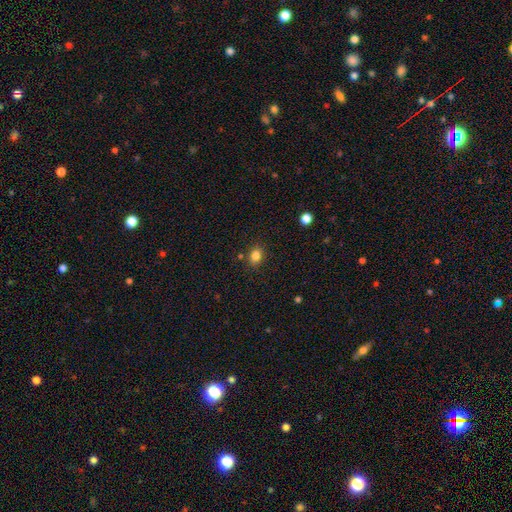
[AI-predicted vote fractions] Overall: smooth (83%). How rounded: in between (53%; round 46%). Merging: none (83%).